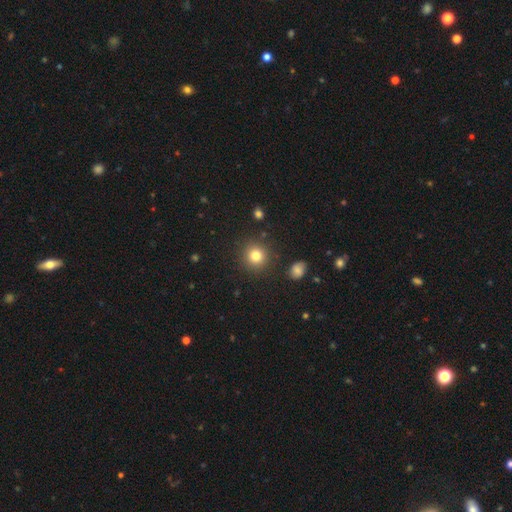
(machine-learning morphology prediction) The model was most divided on "smooth or featured": smooth: 81%, star or artifact: 12%, featured or disk: 7%. More confident: how rounded — round (92%); merging — none (88%).